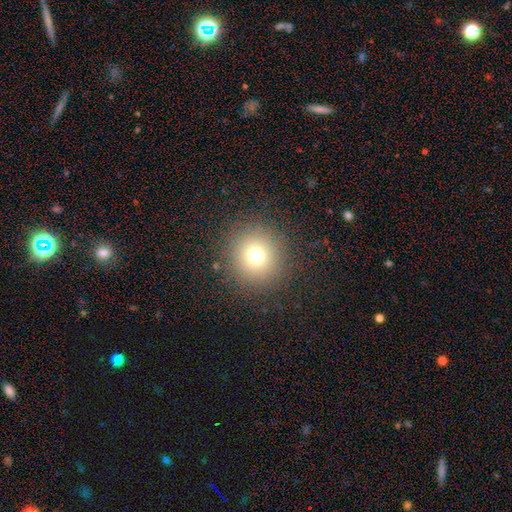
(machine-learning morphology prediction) smooth-or-featured: smooth: 72% | star or artifact: 18% | featured or disk: 10%
  how-rounded: round: 95% | in between: 4% | cigar-shaped: 1%
  merging: none: 89% | minor disturbance: 6% | major disturbance: 4% | merger: 1%